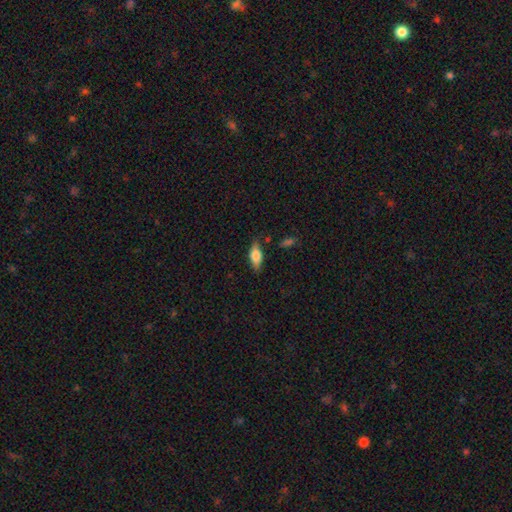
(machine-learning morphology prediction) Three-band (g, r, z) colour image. It shows a smooth galaxy with no disk features (65%) that is in between round and cigar-shaped (75%). Merging: none (79%).